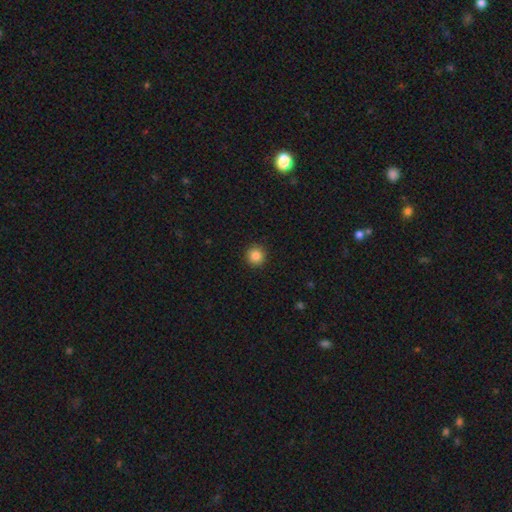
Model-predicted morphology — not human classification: Smooth or featured? Predicted: smooth (p=0.86). How rounded? Predicted: round (p=0.95). Merging? Predicted: none (p=0.93).